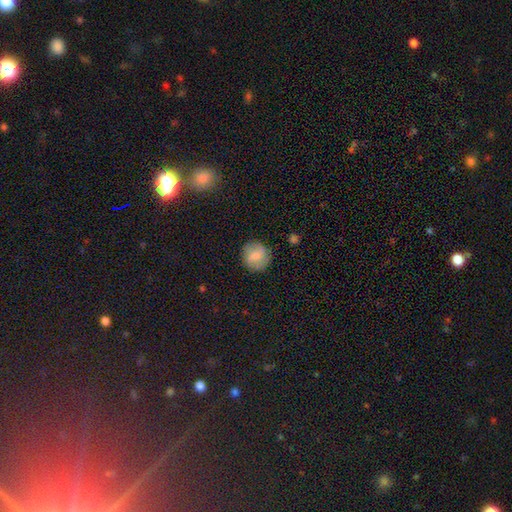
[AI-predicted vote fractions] This is likely a smooth galaxy (66%). How rounded: clearly round (91%). Merging: clearly none (84%).